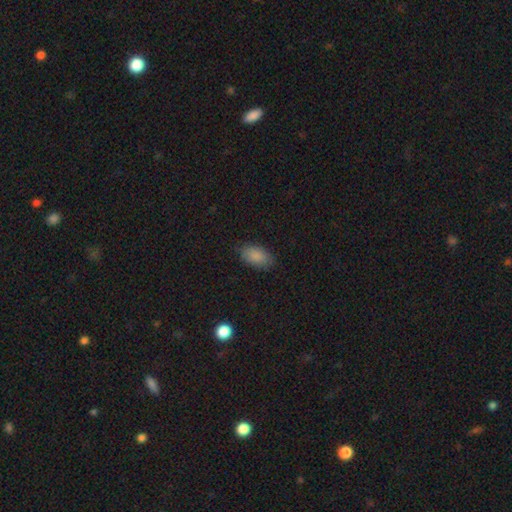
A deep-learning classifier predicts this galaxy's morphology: Overall: smooth (87%). How rounded: in between (93%). Merging: none (83%).